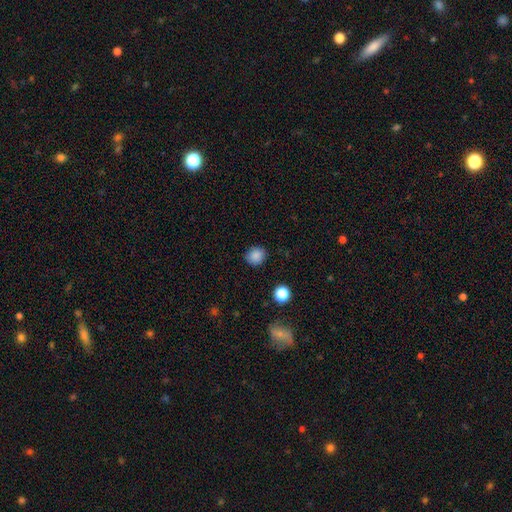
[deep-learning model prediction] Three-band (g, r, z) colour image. It shows a smooth galaxy with no disk features (86%) that is round (81%). Merging: none (86%).